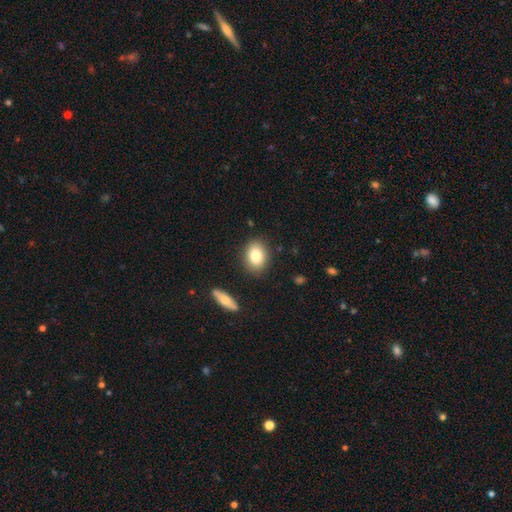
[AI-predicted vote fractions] Smooth or featured?
  - smooth: 83% *
  - featured or disk: 10%
  - star or artifact: 8%
How rounded?
  - in between: 71% *
  - round: 28%
  - cigar-shaped: 2%
Merging?
  - none: 84% *
  - minor disturbance: 10%
  - merger: 3%
  - major disturbance: 3%